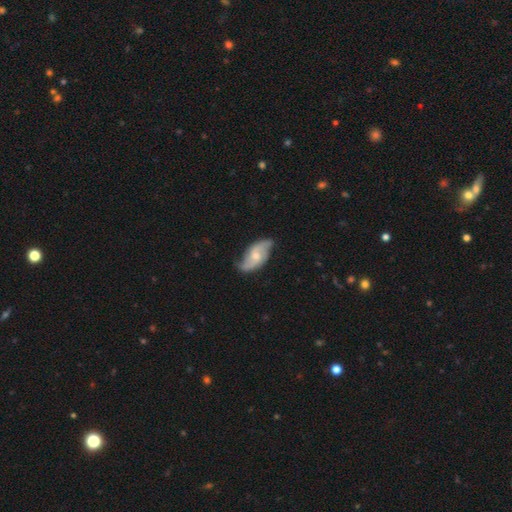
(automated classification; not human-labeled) Q: Smooth or featured?
A: featured or disk (73%); runner-up: smooth (22%)
Q: Edge-on disk?
A: no (94%); runner-up: yes (6%)
Q: Bar?
A: no (51%); runner-up: weak (41%)
Q: Spiral arms?
A: yes (92%); runner-up: no (8%)
Q: Spiral winding?
A: loose (54%); runner-up: medium (34%)
Q: Spiral arm count?
A: 2 (88%); runner-up: can't tell (6%)
Q: Bulge size?
A: moderate (49%); runner-up: small (42%)
Q: Merging?
A: none (67%); runner-up: minor disturbance (24%)